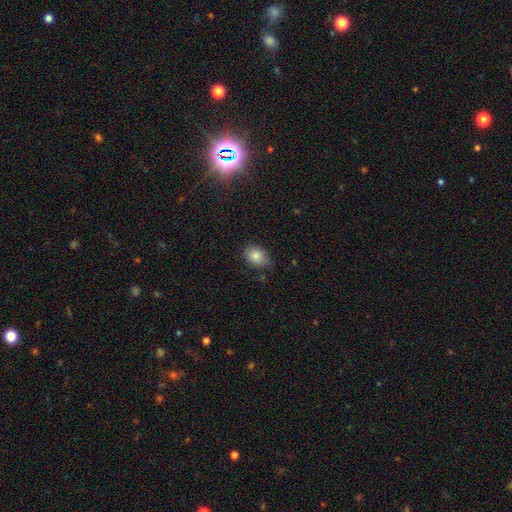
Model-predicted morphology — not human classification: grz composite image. It shows a smooth galaxy with no disk features (84%) that is in between round and cigar-shaped (73%). Merging: none (70%).